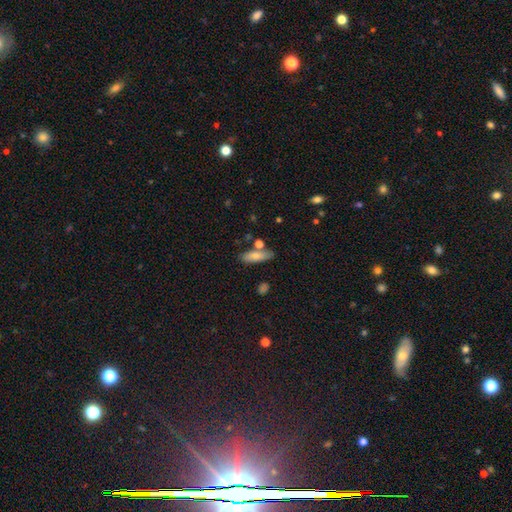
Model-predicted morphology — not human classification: The model was most divided on "how rounded": in between: 57%, cigar-shaped: 40%, round: 3%. More confident: smooth or featured — smooth (77%); merging — none (72%).